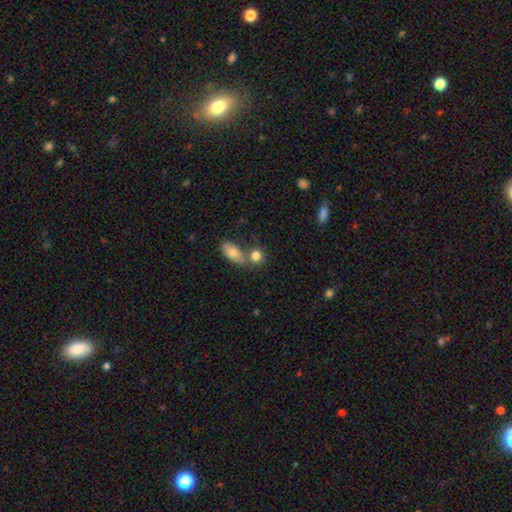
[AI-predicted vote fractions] The model was most divided on "merging": none: 47%, merger: 40%, minor disturbance: 10%, major disturbance: 4%. More confident: smooth or featured — smooth (81%); how rounded — round (62%).